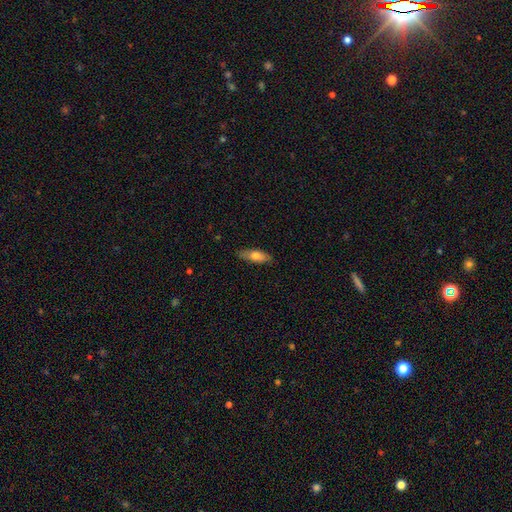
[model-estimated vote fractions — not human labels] Smooth or featured? smooth (69%)
How rounded? in between (63%)
Merging? none (84%)